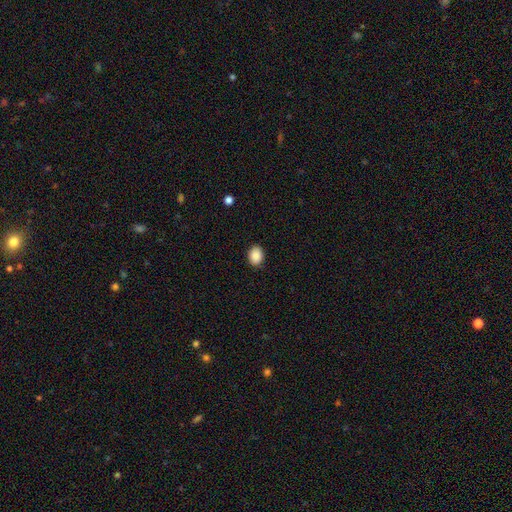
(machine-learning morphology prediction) smooth-or-featured: smooth: 89% | star or artifact: 8% | featured or disk: 3%
  how-rounded: in between: 63% | round: 36% | cigar-shaped: 1%
  merging: none: 89% | minor disturbance: 8% | major disturbance: 2% | merger: 1%